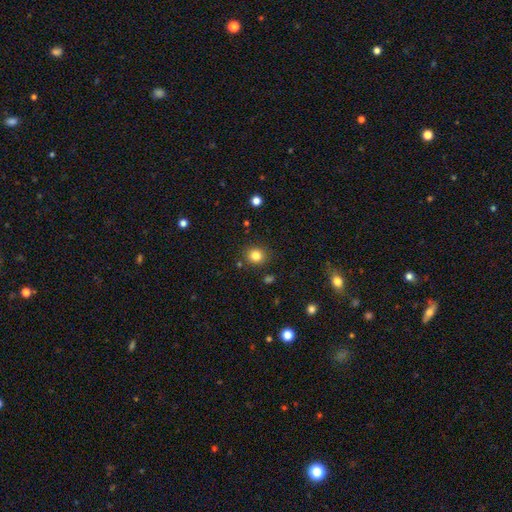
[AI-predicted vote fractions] A smooth galaxy with no disk features (83%) that is round (84%).

Vote fractions:
- Smooth or featured? smooth: 83% / star or artifact: 12% / featured or disk: 6%
- How rounded? round: 84% / in between: 15% / cigar-shaped: 1%
- Merging? none: 86% / minor disturbance: 8% / merger: 3% / major disturbance: 3%